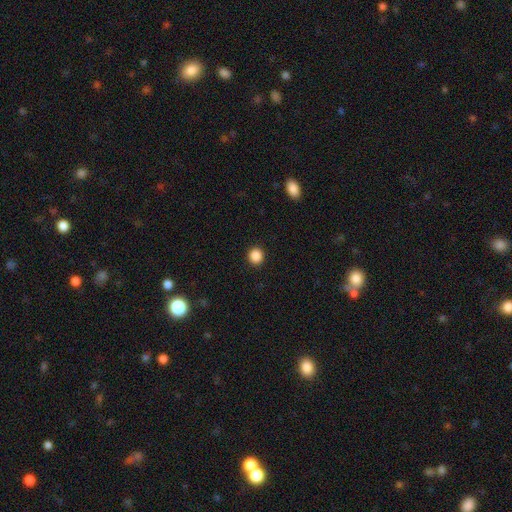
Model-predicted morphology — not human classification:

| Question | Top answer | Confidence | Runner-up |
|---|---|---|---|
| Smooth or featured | smooth | 88% | star or artifact (10%) |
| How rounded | round | 91% | in between (9%) |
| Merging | none | 93% | minor disturbance (4%) |